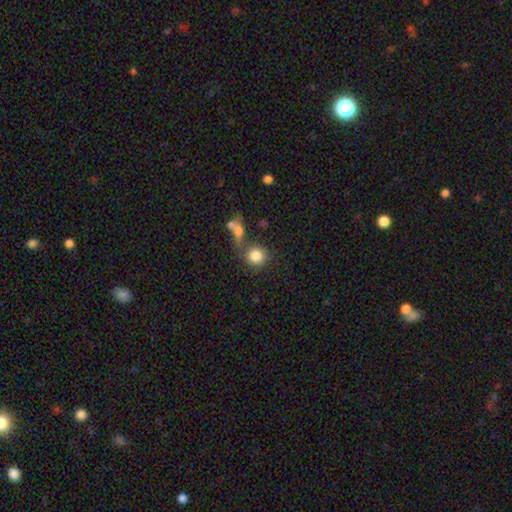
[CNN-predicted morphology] This is clearly a smooth galaxy (83%). How rounded: clearly round (86%). Merging: possibly none (60%).